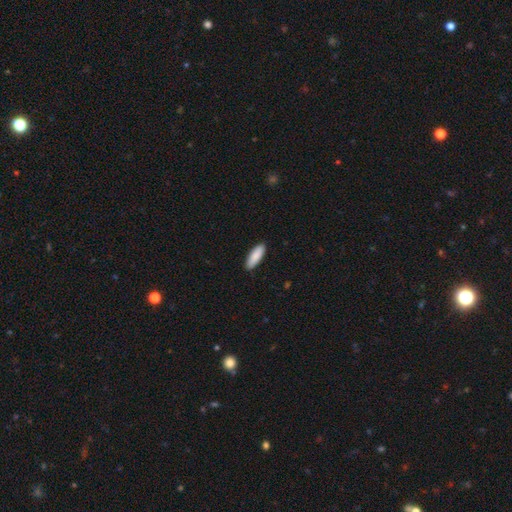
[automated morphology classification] The model was most divided on "how rounded": in between: 58%, cigar-shaped: 41%, round: 1%. More confident: smooth or featured — smooth (90%); merging — none (89%).